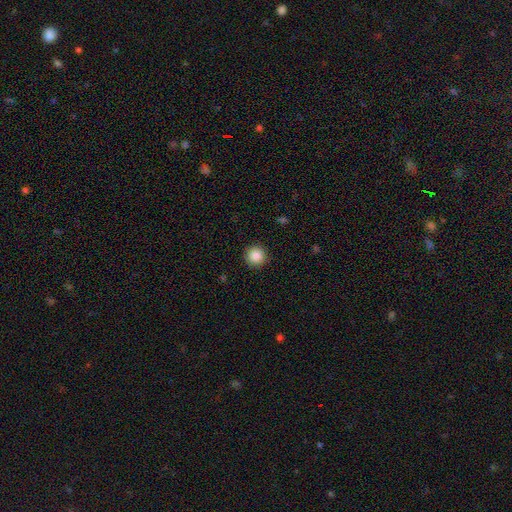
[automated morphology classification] Smooth or featured? smooth (87%)
How rounded? round (95%)
Merging? none (92%)